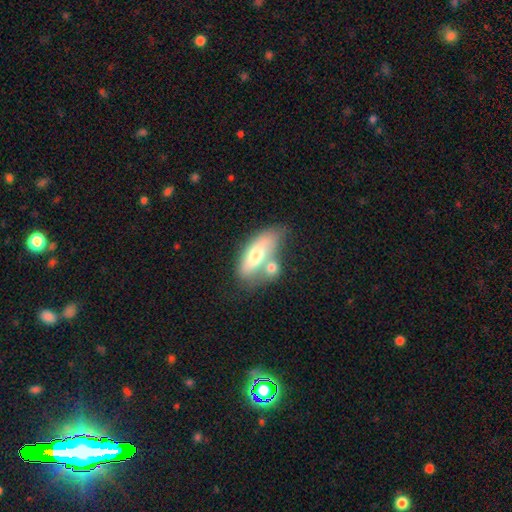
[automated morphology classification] Smooth or featured? smooth (58%)
How rounded? in between (77%)
Merging? merger (42%)